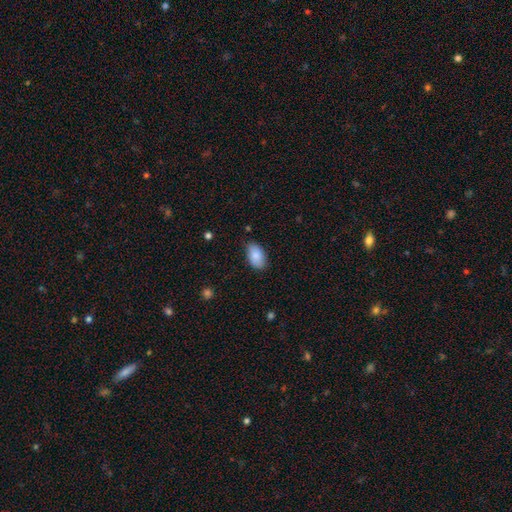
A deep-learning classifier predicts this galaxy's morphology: Smooth or featured? Predicted: smooth (p=0.86). How rounded? Predicted: in between (p=0.94). Merging? Predicted: none (p=0.77).